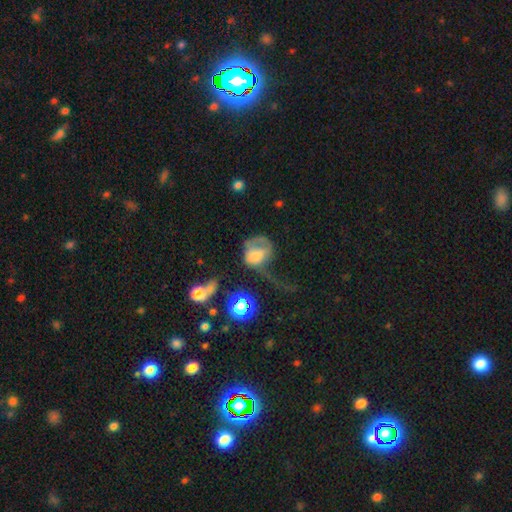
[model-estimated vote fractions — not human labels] This appears to be a smooth galaxy with no disk features (53%) that is in between round and cigar-shaped (51%). Merging: major disturbance (60%).